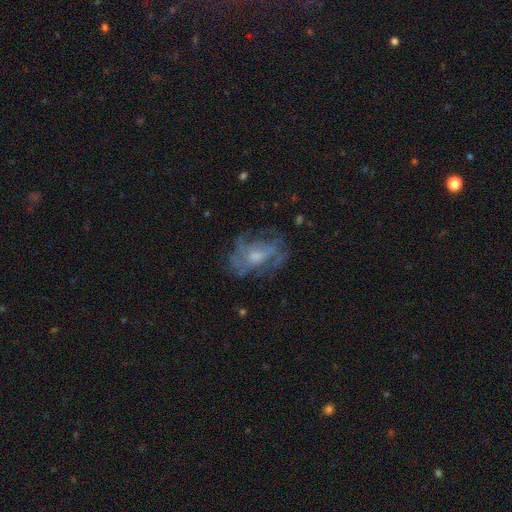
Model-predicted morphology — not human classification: featured or disk 70%, smooth 19%, star or artifact 11%. Down the decision tree: edge-on disk — no (95%); bar — no (63%); spiral arms — yes (69%); bulge size — moderate (46%); merging — none (60%).